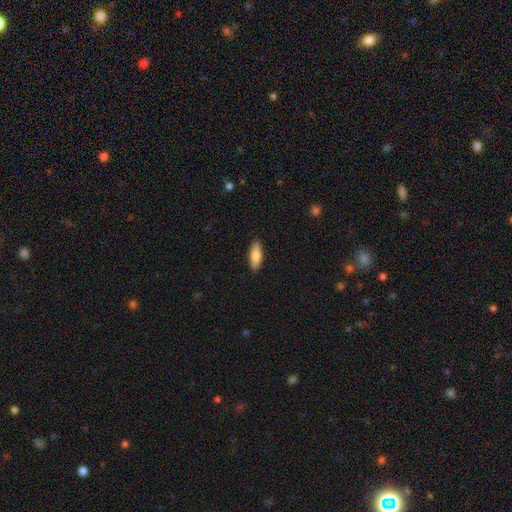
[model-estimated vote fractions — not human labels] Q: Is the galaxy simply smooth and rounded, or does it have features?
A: smooth — 83%.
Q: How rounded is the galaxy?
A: in between — 66%.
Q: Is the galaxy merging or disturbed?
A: none — 89%.